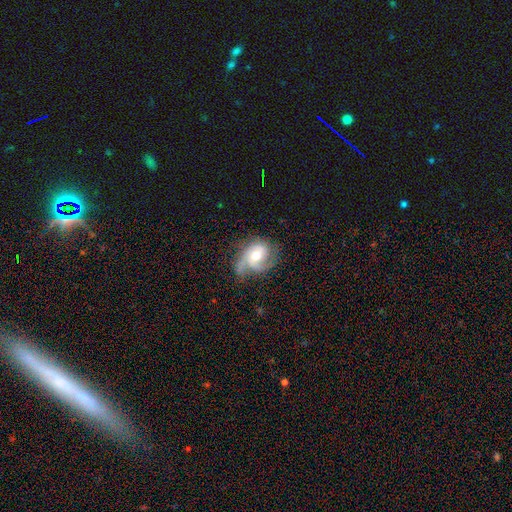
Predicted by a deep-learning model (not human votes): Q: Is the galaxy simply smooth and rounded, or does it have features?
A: featured or disk — 77%.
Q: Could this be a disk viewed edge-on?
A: no — 97%.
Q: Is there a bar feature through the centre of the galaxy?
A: no — 63%.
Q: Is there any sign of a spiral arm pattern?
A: yes — 93%.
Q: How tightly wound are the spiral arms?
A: medium — 45%.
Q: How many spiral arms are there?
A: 2 — 40%.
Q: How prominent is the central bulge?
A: moderate — 70%.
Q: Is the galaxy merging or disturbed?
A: none — 48%.